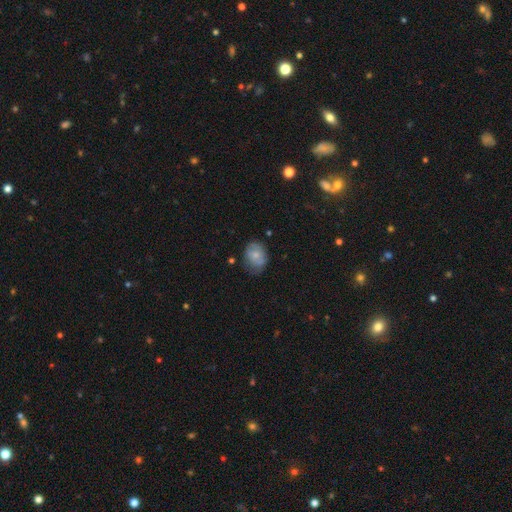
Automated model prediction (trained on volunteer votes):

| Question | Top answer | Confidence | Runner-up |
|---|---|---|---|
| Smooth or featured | smooth | 70% | featured or disk (23%) |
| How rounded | in between | 60% | round (39%) |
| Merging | none | 59% | minor disturbance (30%) |